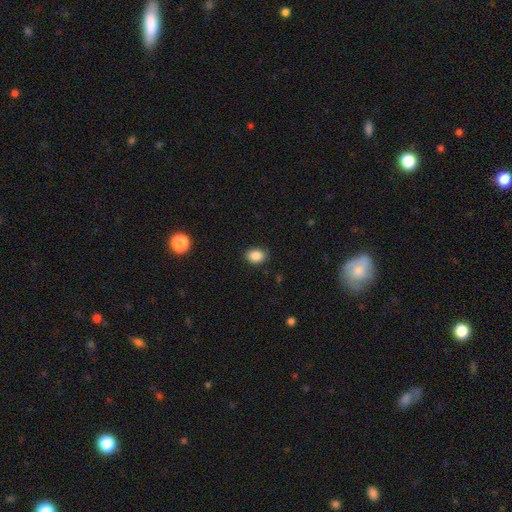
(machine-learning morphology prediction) smooth 87%, star or artifact 9%, featured or disk 4%. Down the decision tree: how rounded — in between (67%); merging — none (83%).